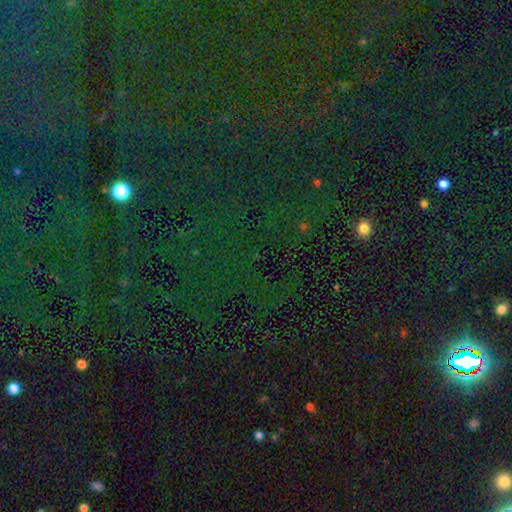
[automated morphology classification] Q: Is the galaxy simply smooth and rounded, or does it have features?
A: star or artifact — 84%.